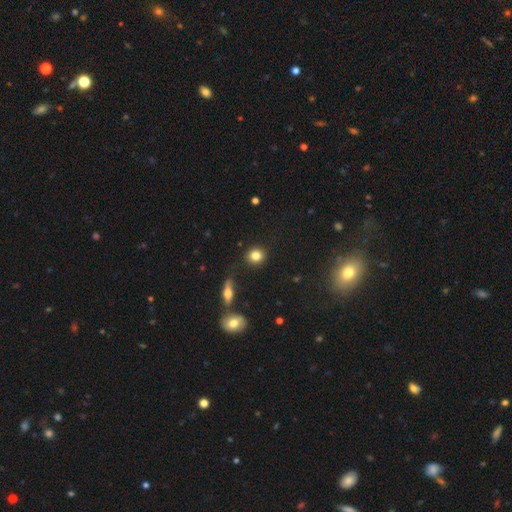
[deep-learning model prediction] Overall: smooth (83%). How rounded: round (83%). Merging: none (86%).